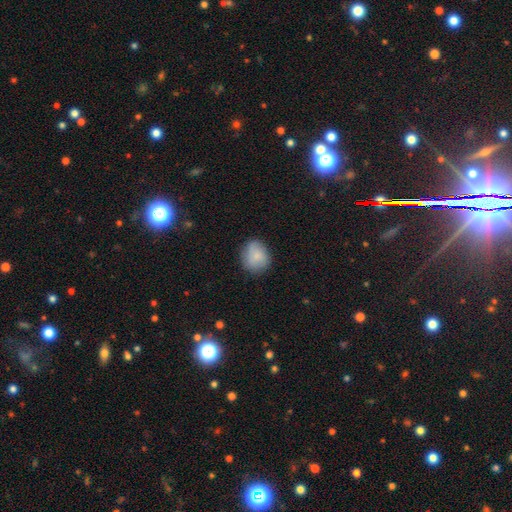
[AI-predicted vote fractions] Smooth or featured? smooth (83%)
How rounded? round (69%)
Merging? none (79%)